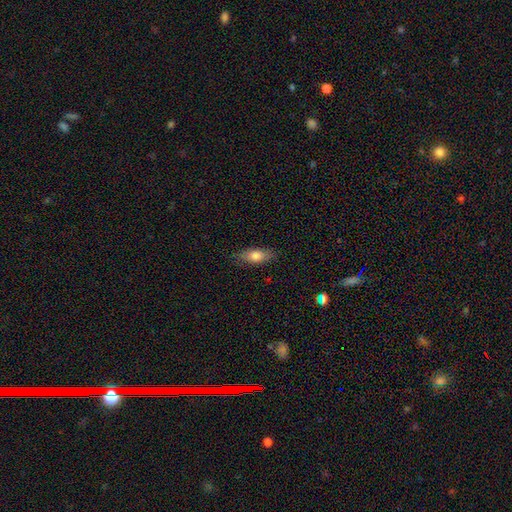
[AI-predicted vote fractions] Overall: smooth (77%). How rounded: in between (78%). Merging: none (83%).